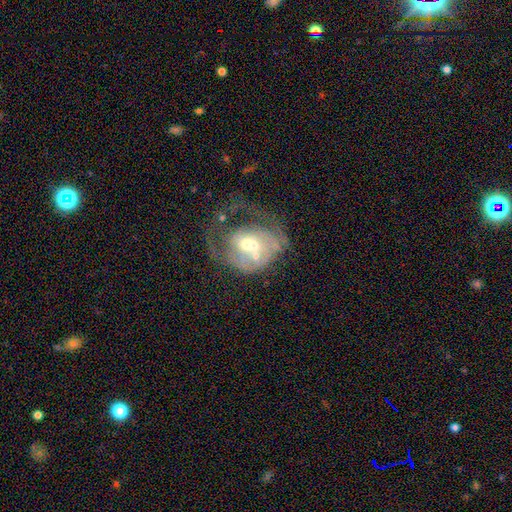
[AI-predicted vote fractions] A featured or disk galaxy (65%) with no bar (79%), no spiral arms (56%) and a moderate central bulge (52%).

Vote fractions:
- Smooth or featured? featured or disk: 65% / smooth: 27% / star or artifact: 9%
- Edge-on disk? no: 97% / yes: 3%
- Bar? no: 79% / weak: 17% / strong: 5%
- Spiral arms? no: 56% / yes: 44%
- Bulge size? moderate: 52% / small: 33% / large: 8% / none: 5% / dominant: 2%
- Merging? merger: 45% / major disturbance: 28% / none: 17% / minor disturbance: 10%